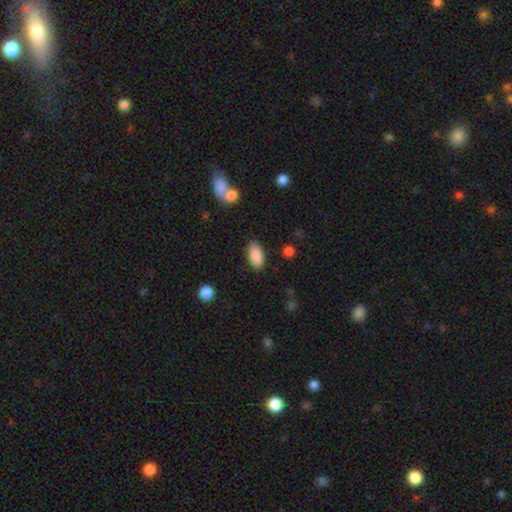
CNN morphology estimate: The model was most divided on "merging": none: 83%, minor disturbance: 12%, major disturbance: 3%, merger: 2%. More confident: how rounded — in between (93%); smooth or featured — smooth (89%).